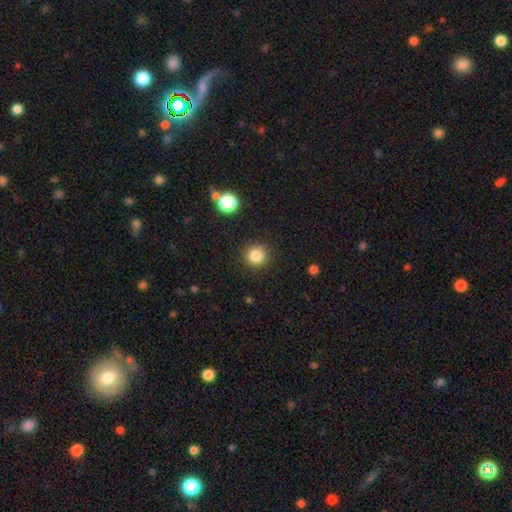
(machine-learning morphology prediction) Smooth or featured? Predicted: smooth (p=0.84). How rounded? Predicted: round (p=0.92). Merging? Predicted: none (p=0.89).